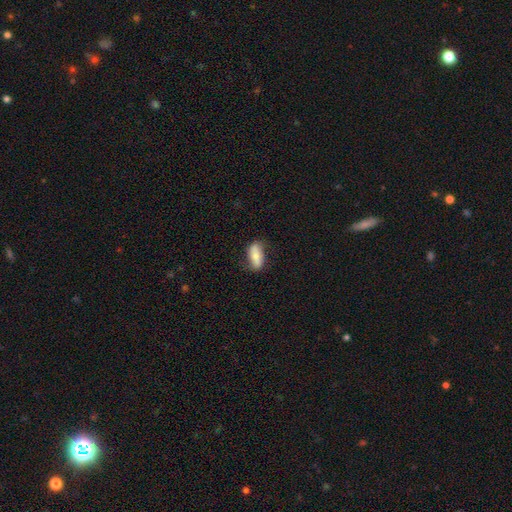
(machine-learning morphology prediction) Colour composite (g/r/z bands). It shows a smooth galaxy with no disk features (72%) that is in between round and cigar-shaped (81%). Merging: none (69%).